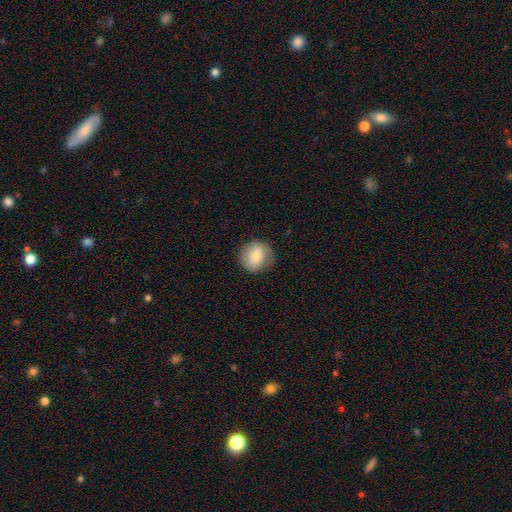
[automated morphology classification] smooth 69%, featured or disk 23%, star or artifact 8%. Down the decision tree: how rounded — round (85%); merging — none (81%).